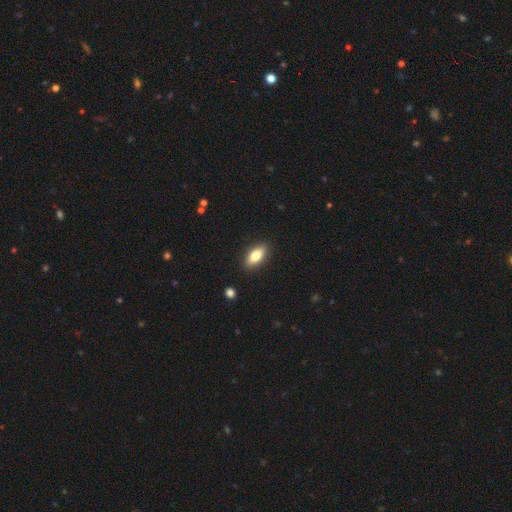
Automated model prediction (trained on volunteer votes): Smooth or featured?
  - smooth: 82% *
  - featured or disk: 11%
  - star or artifact: 7%
How rounded?
  - in between: 85% *
  - cigar-shaped: 12%
  - round: 3%
Merging?
  - none: 89% *
  - minor disturbance: 8%
  - major disturbance: 2%
  - merger: 1%